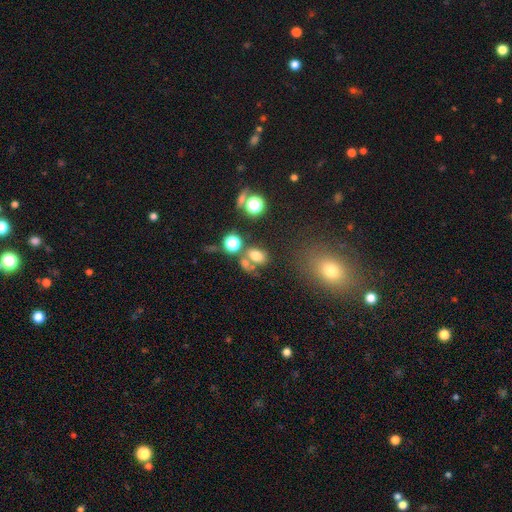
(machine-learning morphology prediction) smooth 70%, star or artifact 18%, featured or disk 12%. Down the decision tree: how rounded — in between (72%); merging — none (51%).